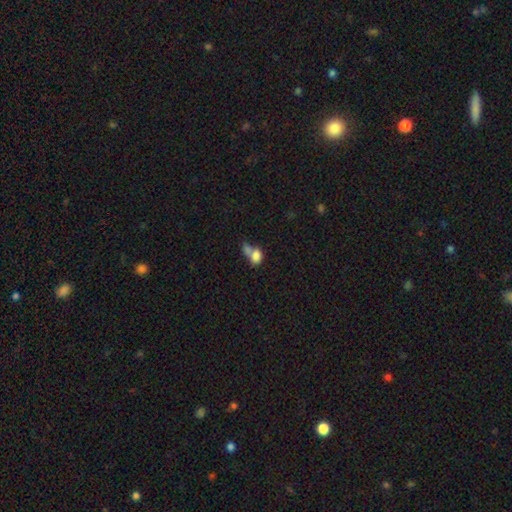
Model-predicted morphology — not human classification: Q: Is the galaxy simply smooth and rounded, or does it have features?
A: smooth — 78%.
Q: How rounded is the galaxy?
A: in between — 71%.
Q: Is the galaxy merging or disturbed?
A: merger — 60%.